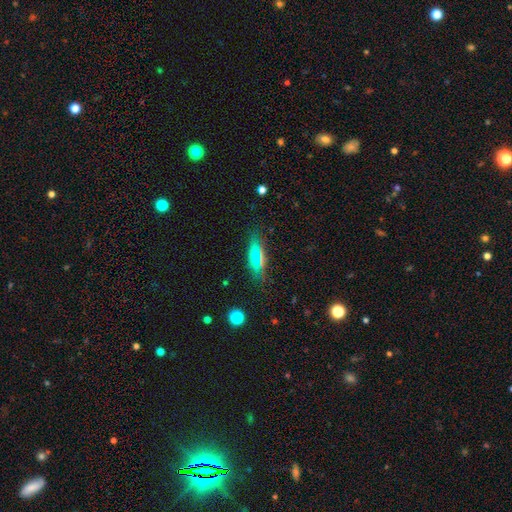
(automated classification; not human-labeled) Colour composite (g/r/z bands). It shows a smooth galaxy with no disk features (64%) that is in between round and cigar-shaped (66%). Merging: none (82%).